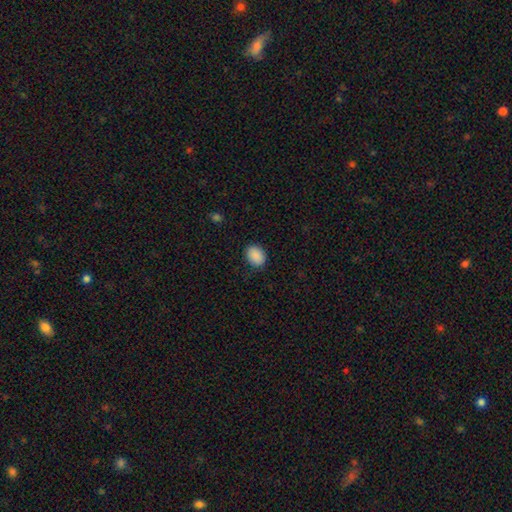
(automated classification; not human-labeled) smooth 90%, star or artifact 8%, featured or disk 3%. Down the decision tree: how rounded — in between (72%); merging — none (85%).